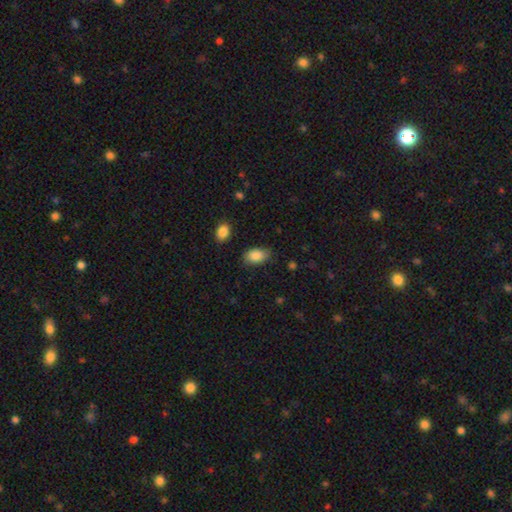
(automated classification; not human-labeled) Overall: smooth (87%). How rounded: in between (90%). Merging: none (78%).